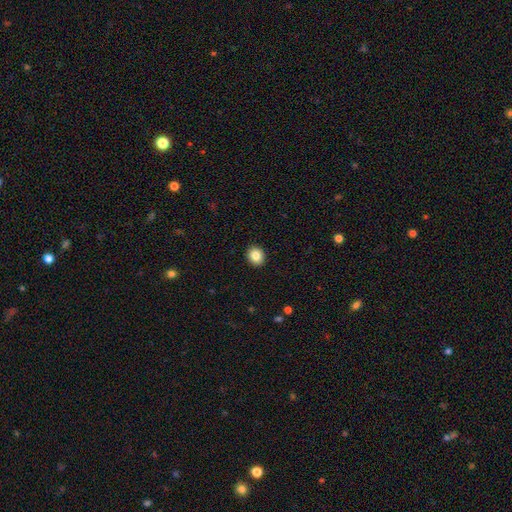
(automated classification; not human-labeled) Smooth or featured: smooth — 85% (star or artifact — 9%)
How rounded: round — 68% (in between — 31%)
Merging: none — 92% (minor disturbance — 5%)